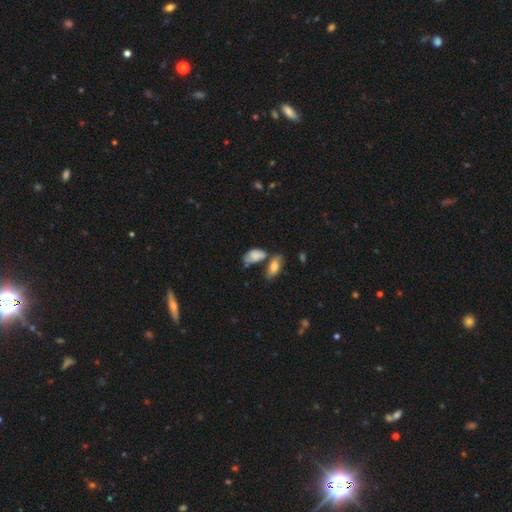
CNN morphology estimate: A smooth galaxy with no disk features (76%) that is in between round and cigar-shaped (91%). Merging: none (36%).